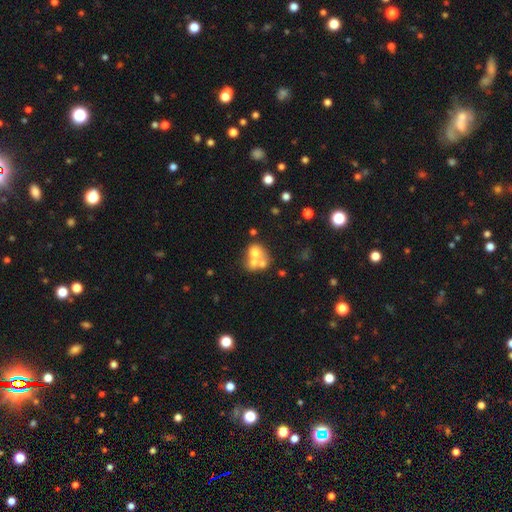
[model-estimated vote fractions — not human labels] This appears to be a smooth galaxy with no disk features (57%) that is round (63%). Merging: merger (62%).